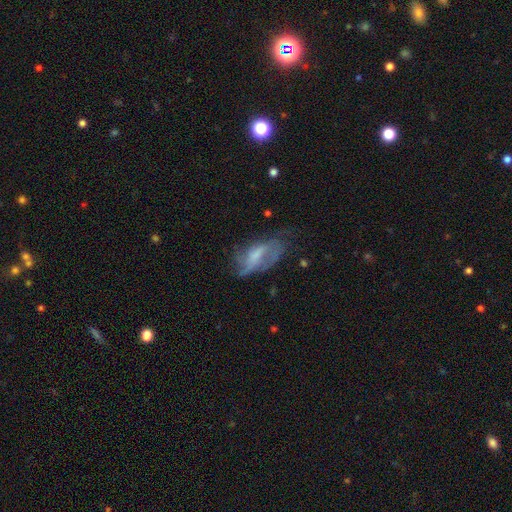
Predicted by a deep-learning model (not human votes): Overall: featured or disk (57%; smooth 34%). Edge-on disk: no (91%). Bar: no (43%; weak 42%). Spiral arms: yes (67%; no 33%). Bulge size: moderate (35%; small 31%). Merging: none (40%; major disturbance 29%).